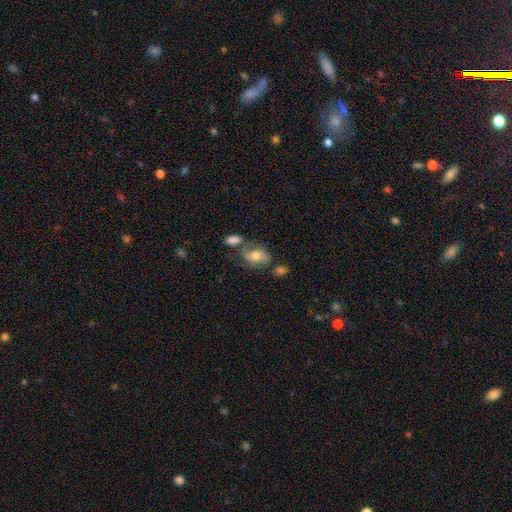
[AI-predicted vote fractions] Smooth or featured? smooth (50%)
How rounded? in between (79%)
Merging? none (45%)